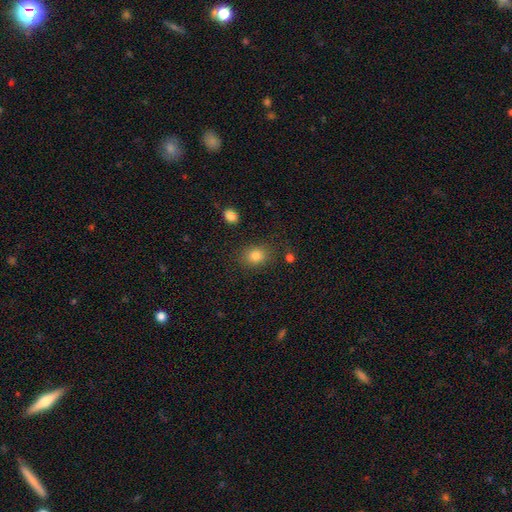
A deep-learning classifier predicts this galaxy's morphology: Smooth or featured?
  - smooth: 82% *
  - star or artifact: 11%
  - featured or disk: 7%
How rounded?
  - round: 55% *
  - in between: 44%
  - cigar-shaped: 1%
Merging?
  - none: 82% *
  - minor disturbance: 11%
  - major disturbance: 4%
  - merger: 3%